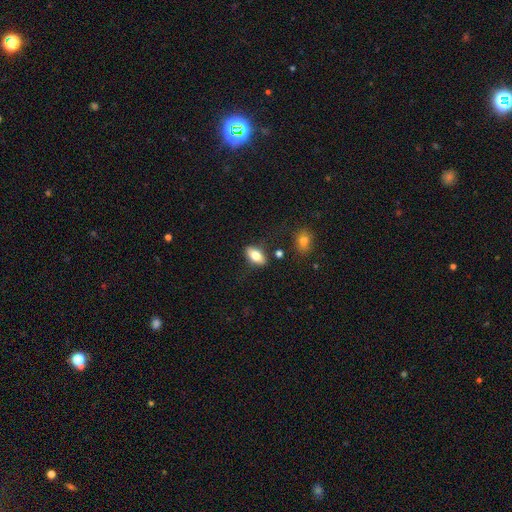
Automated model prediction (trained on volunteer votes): This is likely a smooth galaxy (74%). How rounded: clearly in between (88%). Merging: clearly none (82%).